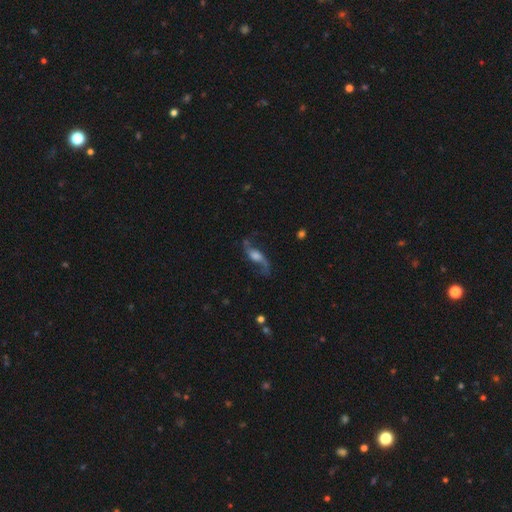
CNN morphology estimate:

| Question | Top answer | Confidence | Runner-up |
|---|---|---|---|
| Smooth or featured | featured or disk | 76% | smooth (15%) |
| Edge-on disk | no | 85% | yes (15%) |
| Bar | no | 53% | weak (35%) |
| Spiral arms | yes | 93% | no (7%) |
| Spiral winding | loose | 84% | medium (13%) |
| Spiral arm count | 2 | 89% | 1 (5%) |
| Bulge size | large | 34% | moderate (29%) |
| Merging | none | 64% | minor disturbance (18%) |